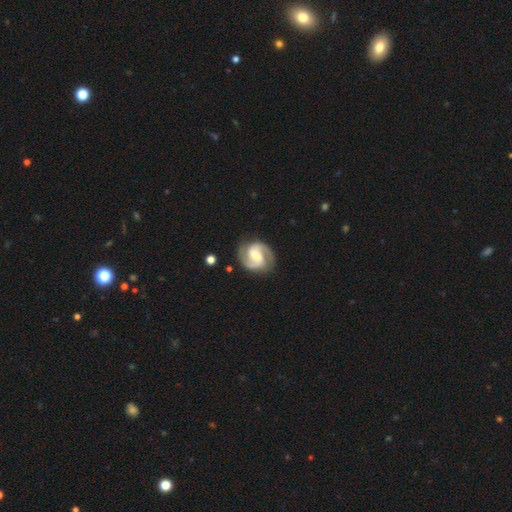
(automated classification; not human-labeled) Smooth or featured?
  - featured or disk: 88% *
  - smooth: 8%
  - star or artifact: 4%
Edge-on disk?
  - no: 98% *
  - yes: 2%
Bar?
  - weak: 46% *
  - strong: 35%
  - no: 19%
Spiral arms?
  - yes: 98% *
  - no: 2%
Spiral winding?
  - medium: 56% *
  - tight: 30%
  - loose: 15%
Spiral arm count?
  - 2: 93% *
  - can't tell: 2%
  - 1: 2%
  - 3: 2%
  - 4: 1%
  - more than 4: 1%
Bulge size?
  - small: 43% *
  - moderate: 37%
  - none: 12%
  - large: 7%
  - dominant: 2%
Merging?
  - none: 82% *
  - minor disturbance: 12%
  - major disturbance: 4%
  - merger: 2%